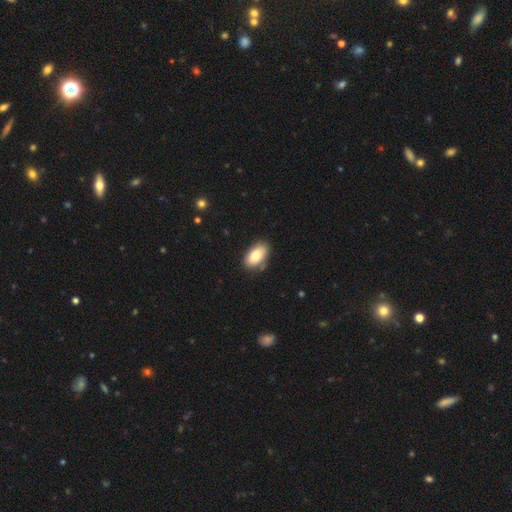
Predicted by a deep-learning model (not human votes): The model was most divided on "merging": none: 80%, minor disturbance: 15%, major disturbance: 3%, merger: 2%. More confident: how rounded — in between (93%); smooth or featured — smooth (82%).